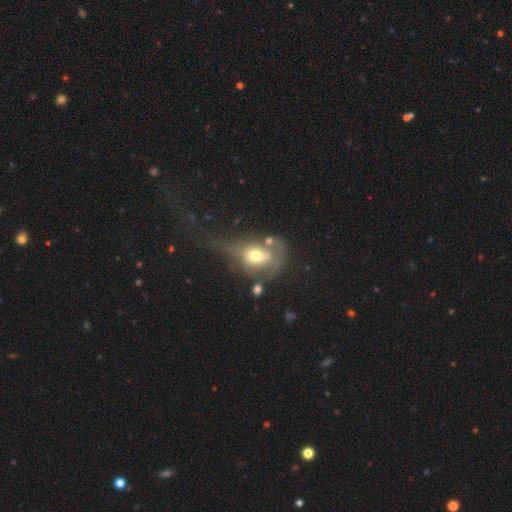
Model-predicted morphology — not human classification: Smooth or featured? smooth (52%)
How rounded? in between (61%)
Merging? major disturbance (46%)